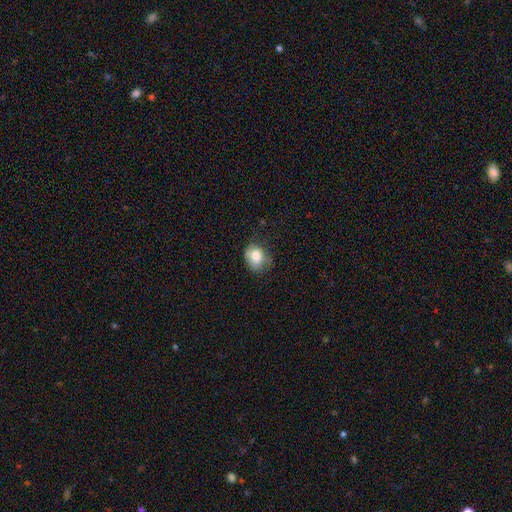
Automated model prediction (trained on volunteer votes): smooth_or_featured: smooth (p=0.76) [alt: featured or disk p=0.15]
how_rounded: in between (p=0.55) [alt: round p=0.44]
merging: none (p=0.55) [alt: minor disturbance p=0.31]